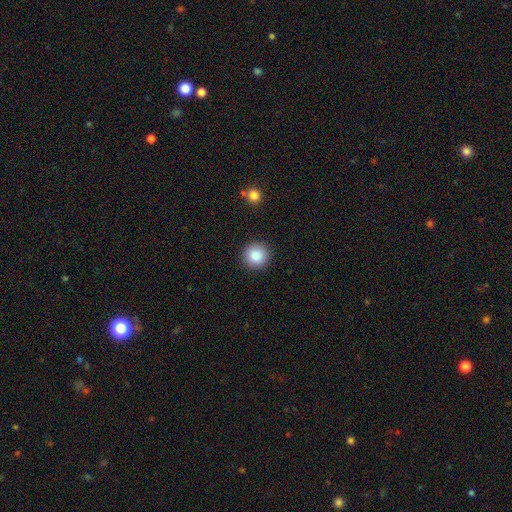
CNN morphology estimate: Smooth or featured: smooth — 87% (star or artifact — 9%)
How rounded: round — 95% (in between — 4%)
Merging: none — 91% (minor disturbance — 6%)